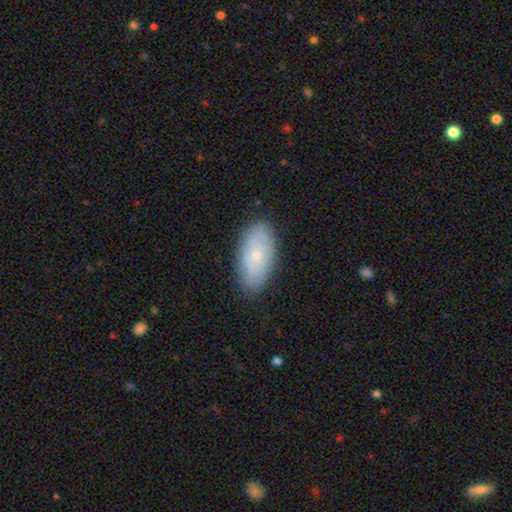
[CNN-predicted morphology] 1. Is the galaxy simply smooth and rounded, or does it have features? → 65% smooth, 28% featured or disk, 7% star or artifact.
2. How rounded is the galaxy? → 93% in between, 4% cigar-shaped, 3% round.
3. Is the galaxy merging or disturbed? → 84% none, 12% minor disturbance, 2% major disturbance, 1% merger.